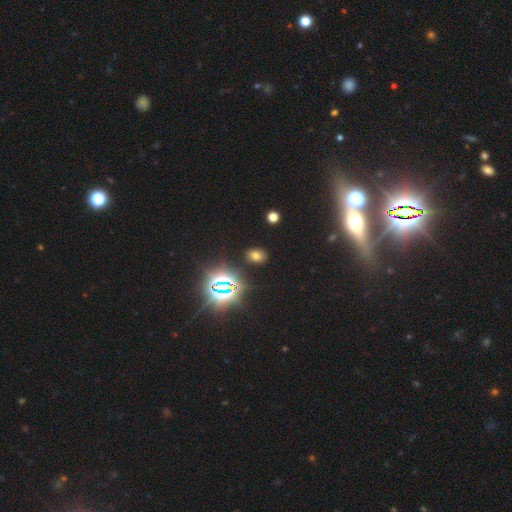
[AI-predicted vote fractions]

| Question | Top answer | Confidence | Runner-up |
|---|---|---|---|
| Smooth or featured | smooth | 58% | star or artifact (34%) |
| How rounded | in between | 73% | round (26%) |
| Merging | none | 86% | minor disturbance (9%) |